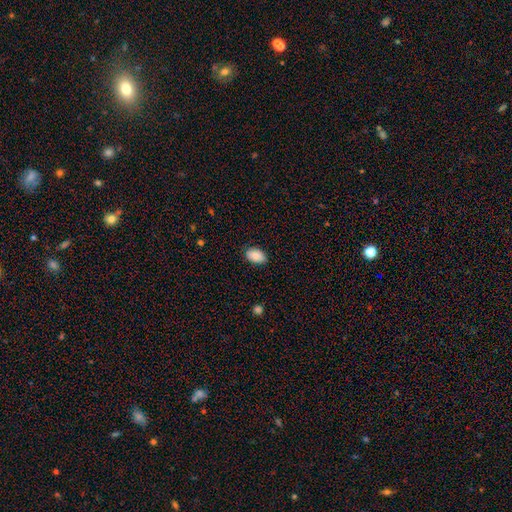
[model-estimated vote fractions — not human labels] This appears to be a smooth galaxy with no disk features (86%) that is in between round and cigar-shaped (90%). Merging: none (84%).